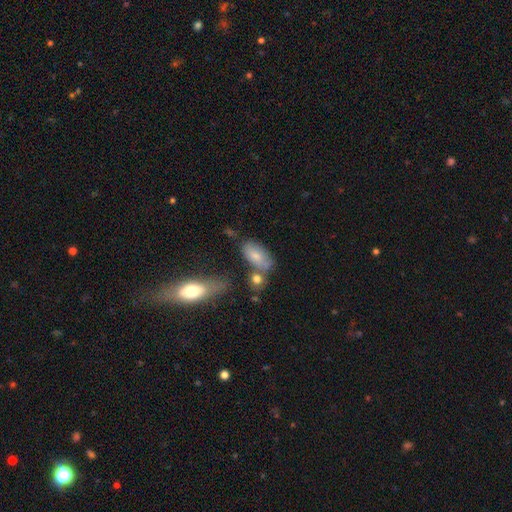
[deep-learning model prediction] Overall: smooth (74%). How rounded: in between (91%). Merging: none (50%; minor disturbance 21%).